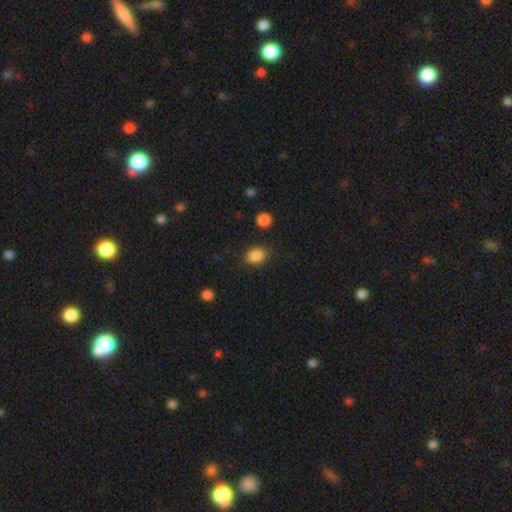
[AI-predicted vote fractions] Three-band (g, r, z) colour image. It shows a smooth galaxy with no disk features (87%) that is in between round and cigar-shaped (60%). Merging: none (84%).